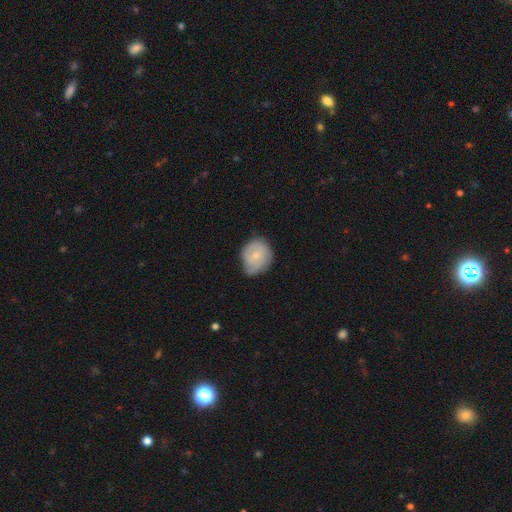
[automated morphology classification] This is possibly a smooth galaxy (54%). How rounded: likely round (71%). Merging: possibly none (50%).